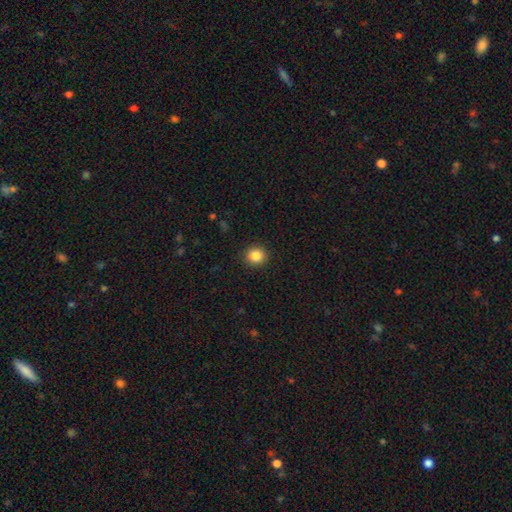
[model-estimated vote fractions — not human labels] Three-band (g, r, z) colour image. It shows a smooth galaxy with no disk features (86%) that is round (87%). Merging: none (91%).